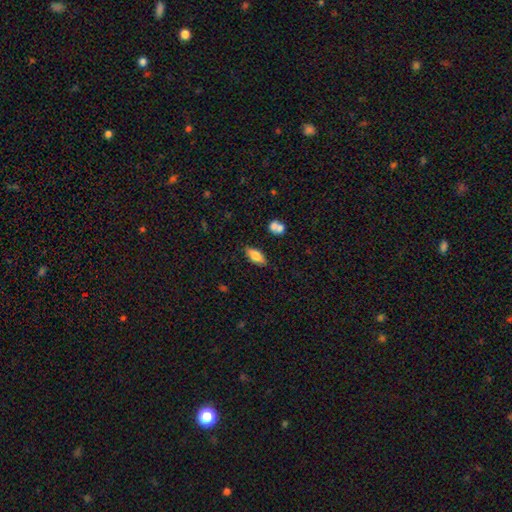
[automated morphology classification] A smooth galaxy with no disk features (72%) that is in between round and cigar-shaped (80%). Merging: none (80%).